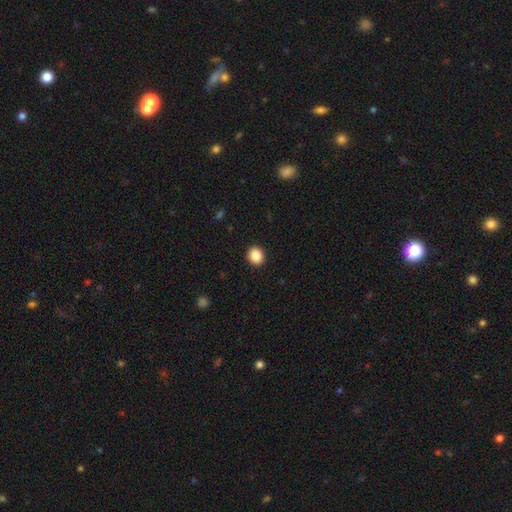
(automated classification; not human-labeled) Smooth or featured? smooth (88%)
How rounded? round (76%)
Merging? none (92%)